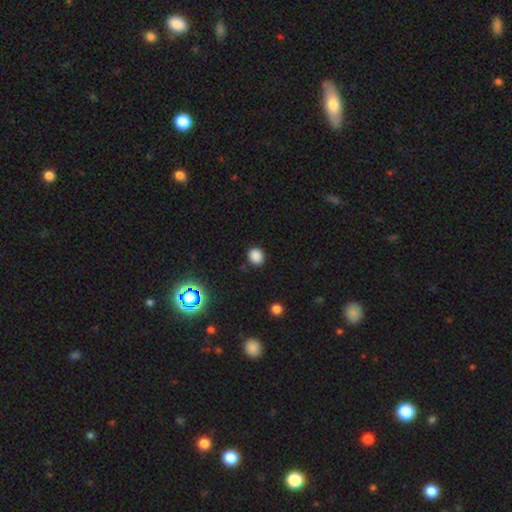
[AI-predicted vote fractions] smooth-or-featured: smooth: 83% | star or artifact: 14% | featured or disk: 4%
  how-rounded: round: 78% | in between: 21% | cigar-shaped: 1%
  merging: none: 87% | minor disturbance: 9% | major disturbance: 3% | merger: 1%